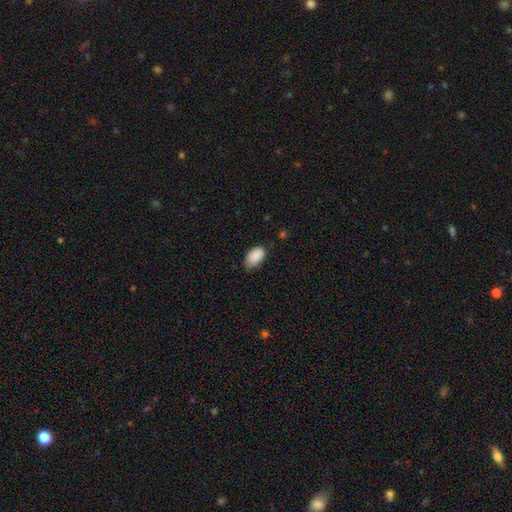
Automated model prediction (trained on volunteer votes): Smooth or featured? Predicted: smooth (p=0.89). How rounded? Predicted: in between (p=0.93). Merging? Predicted: none (p=0.65).